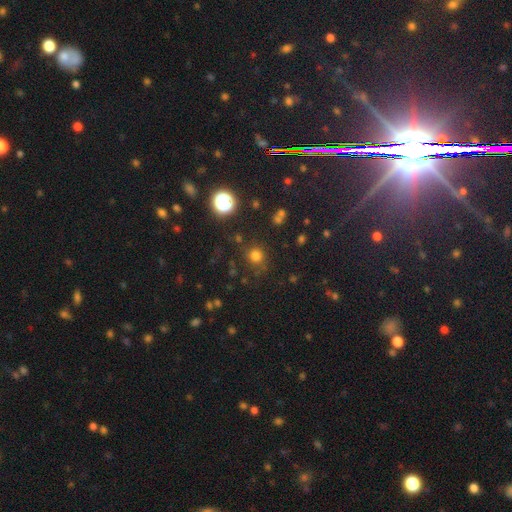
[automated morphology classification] A smooth galaxy with no disk features (74%) that is round (90%).

Vote fractions:
- Smooth or featured? smooth: 74% / star or artifact: 20% / featured or disk: 6%
- How rounded? round: 90% / in between: 9% / cigar-shaped: 1%
- Merging? none: 81% / minor disturbance: 11% / major disturbance: 5% / merger: 3%